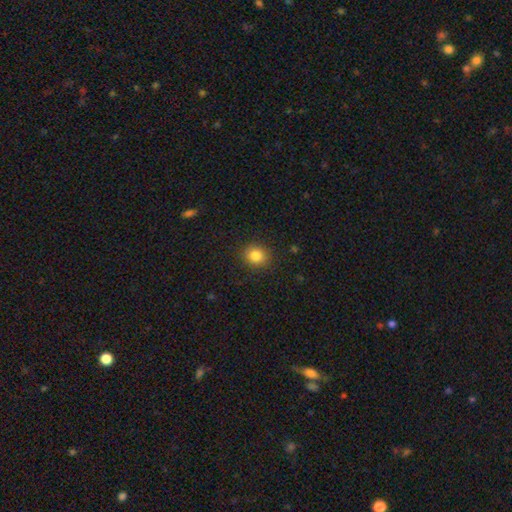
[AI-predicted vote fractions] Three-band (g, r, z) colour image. It shows a smooth galaxy with no disk features (83%) that is round (79%). Merging: none (89%).